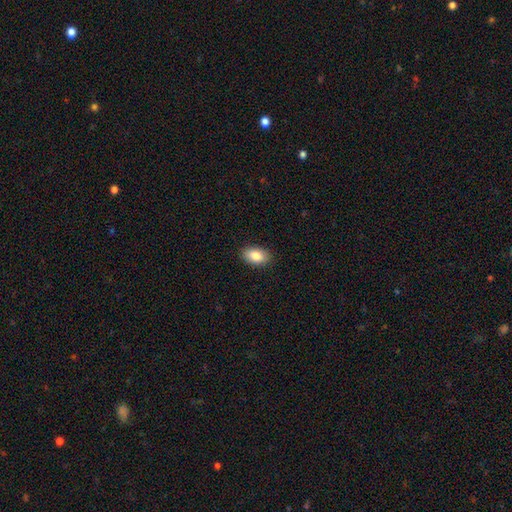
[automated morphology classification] smooth_or_featured: smooth (p=0.85) [alt: featured or disk p=0.08]
how_rounded: in between (p=0.91) [alt: round p=0.07]
merging: none (p=0.90) [alt: minor disturbance p=0.08]